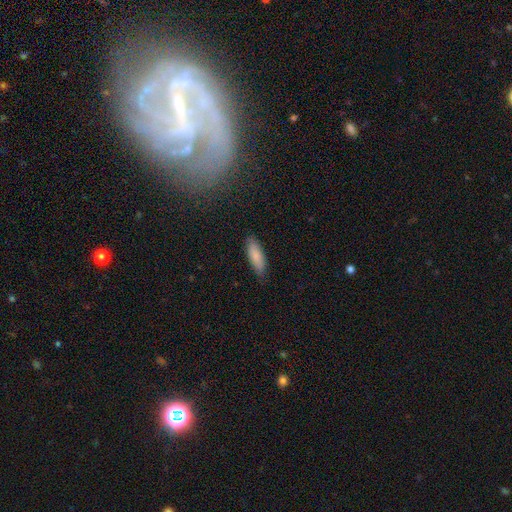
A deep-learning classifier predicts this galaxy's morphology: smooth-or-featured: smooth: 85% | featured or disk: 9% | star or artifact: 6%
  how-rounded: in between: 56% | cigar-shaped: 42% | round: 2%
  merging: none: 85% | minor disturbance: 12% | major disturbance: 2% | merger: 1%